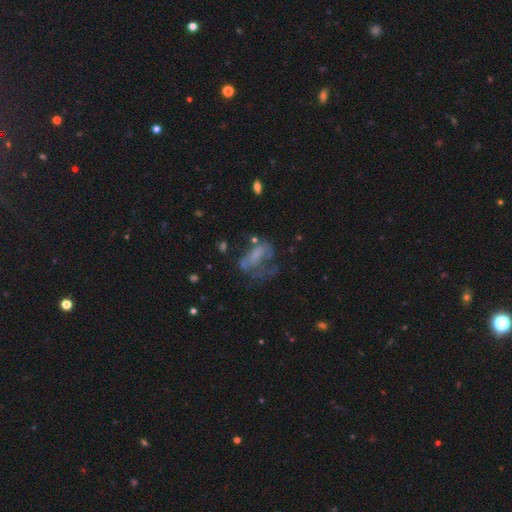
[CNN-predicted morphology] smooth_or_featured: featured or disk (p=0.47) [alt: smooth p=0.36]
merging: major disturbance (p=0.47) [alt: none p=0.28]